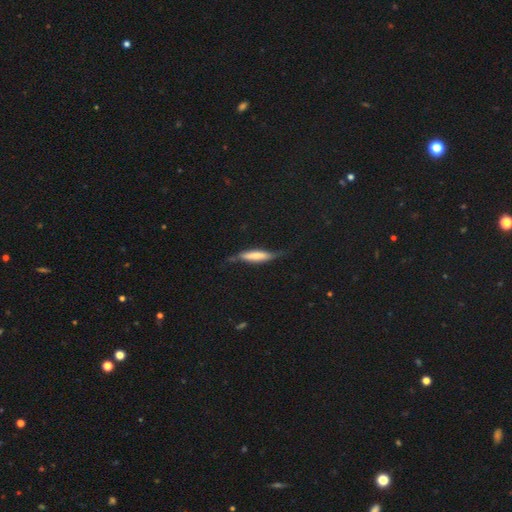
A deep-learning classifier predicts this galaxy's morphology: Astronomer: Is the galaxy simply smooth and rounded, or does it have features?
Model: smooth — 57% (runner-up: featured or disk, 37%).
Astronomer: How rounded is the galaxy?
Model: cigar-shaped — 76%.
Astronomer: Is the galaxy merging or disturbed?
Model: none — 59%.